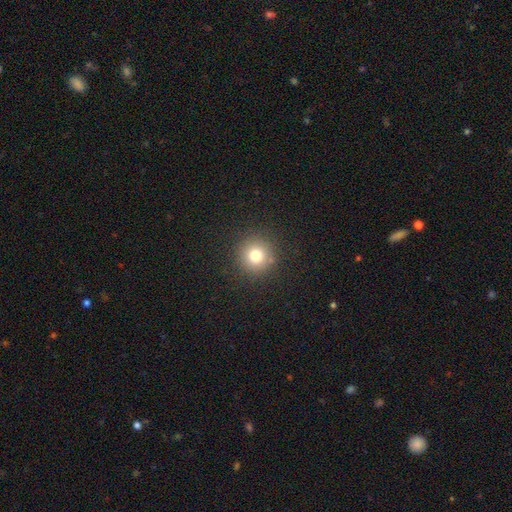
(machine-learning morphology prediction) Smooth or featured? smooth (76%)
How rounded? round (95%)
Merging? none (89%)